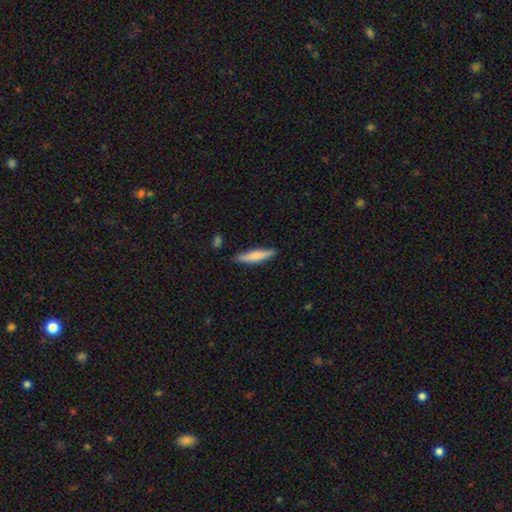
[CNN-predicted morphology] This is likely a smooth galaxy (73%). How rounded: clearly cigar-shaped (84%). Merging: clearly none (85%).